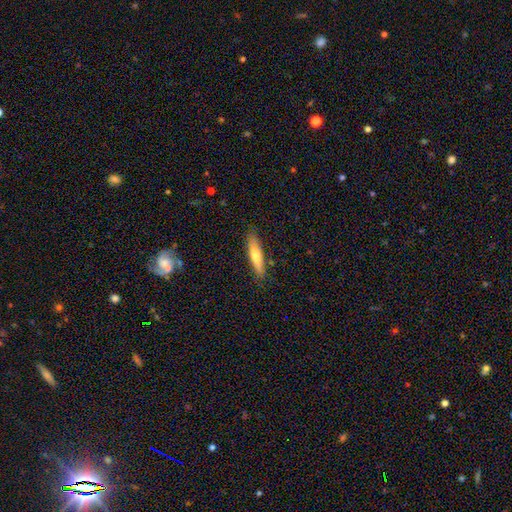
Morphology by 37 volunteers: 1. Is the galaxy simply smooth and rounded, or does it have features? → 46% smooth (tied), 46% featured or disk (tied), 8% star or artifact.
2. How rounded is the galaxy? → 100% cigar-shaped, 0% round, 0% in between.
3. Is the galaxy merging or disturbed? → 91% none, 9% minor disturbance, 0% major disturbance, 0% merger.